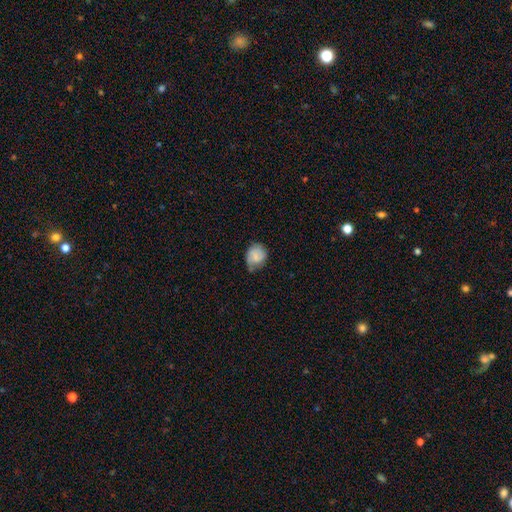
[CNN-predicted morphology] smooth 71%, featured or disk 21%, star or artifact 8%. Down the decision tree: how rounded — round (63%); merging — none (52%).